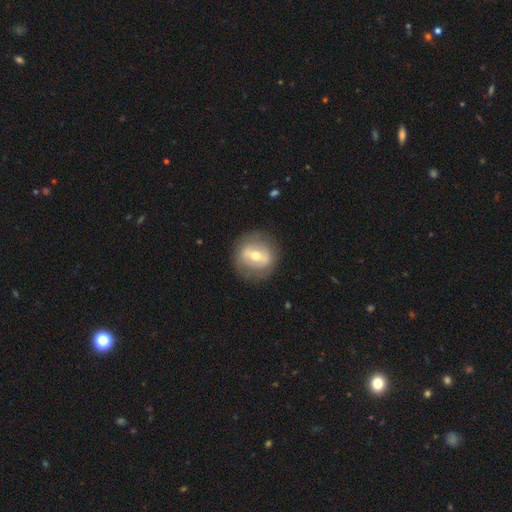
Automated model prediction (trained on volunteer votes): This appears to be a featured or disk galaxy (59%) with a strong bar (46%), no spiral arms (72%) and a moderate central bulge (66%). Merging: none (81%).